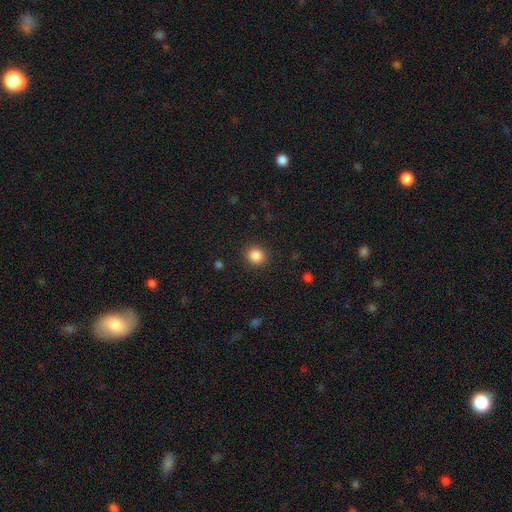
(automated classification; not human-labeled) smooth 86%, star or artifact 10%, featured or disk 3%. Down the decision tree: how rounded — round (87%); merging — none (90%).